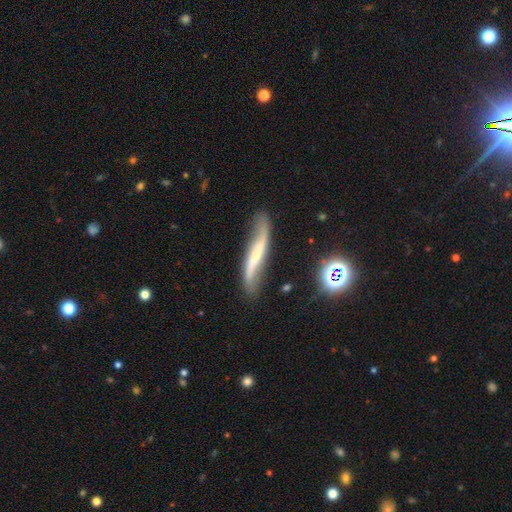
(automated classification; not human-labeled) Q: Smooth or featured?
A: featured or disk (64%); runner-up: smooth (26%)
Q: Edge-on disk?
A: no (59%); runner-up: yes (41%)
Q: Merging?
A: none (68%); runner-up: minor disturbance (21%)